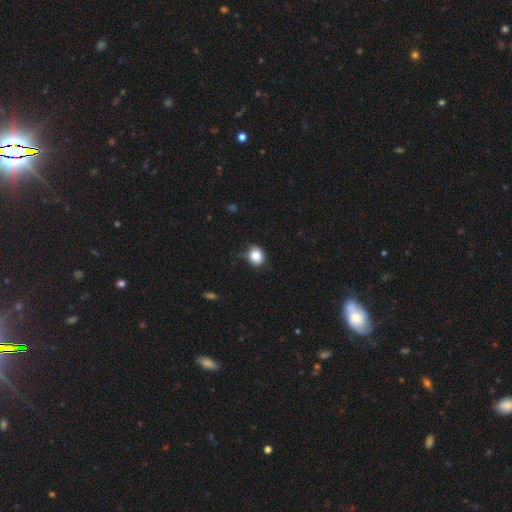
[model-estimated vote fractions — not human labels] Q: Smooth or featured?
A: smooth (82%); runner-up: star or artifact (10%)
Q: How rounded?
A: round (62%); runner-up: in between (37%)
Q: Merging?
A: none (65%); runner-up: minor disturbance (27%)